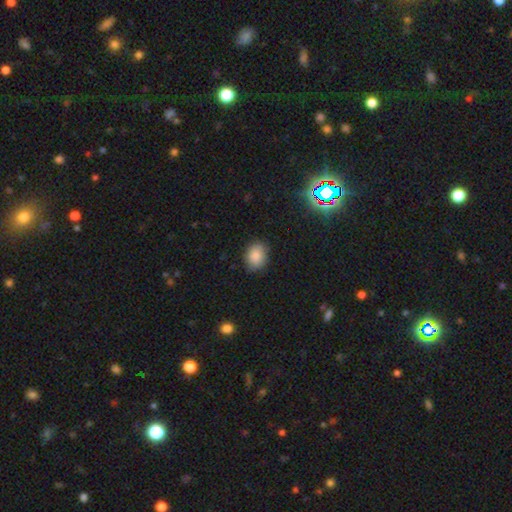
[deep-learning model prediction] A smooth galaxy with no disk features (85%) that is in between round and cigar-shaped (55%).

Vote fractions:
- Smooth or featured? smooth: 85% / star or artifact: 9% / featured or disk: 6%
- How rounded? in between: 55% / round: 44% / cigar-shaped: 1%
- Merging? none: 82% / minor disturbance: 14% / major disturbance: 3% / merger: 1%